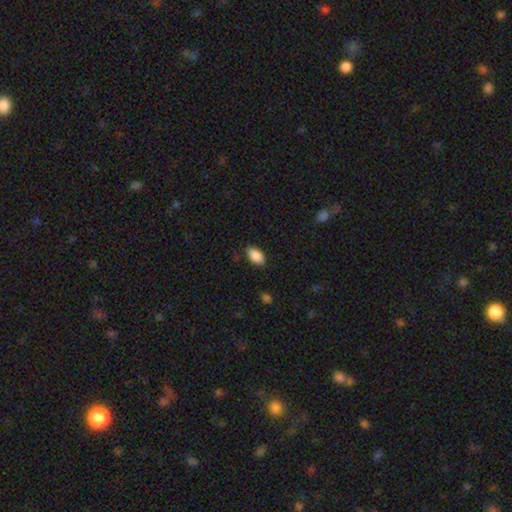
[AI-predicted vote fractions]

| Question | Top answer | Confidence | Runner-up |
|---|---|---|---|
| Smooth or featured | smooth | 89% | star or artifact (7%) |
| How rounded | in between | 93% | round (5%) |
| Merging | none | 84% | minor disturbance (12%) |